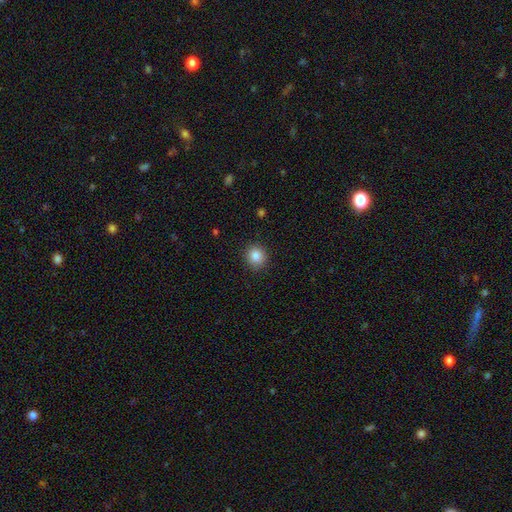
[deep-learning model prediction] smooth 85%, star or artifact 10%, featured or disk 5%. Down the decision tree: how rounded — round (87%); merging — none (90%).